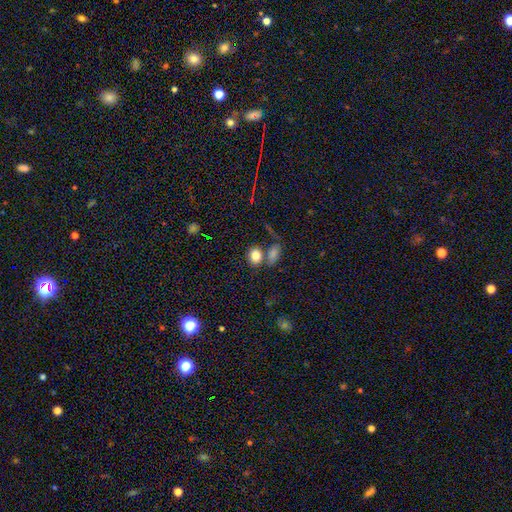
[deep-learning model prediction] This appears to be a smooth galaxy with no disk features (82%) that is round (52%). Merging: none (61%).